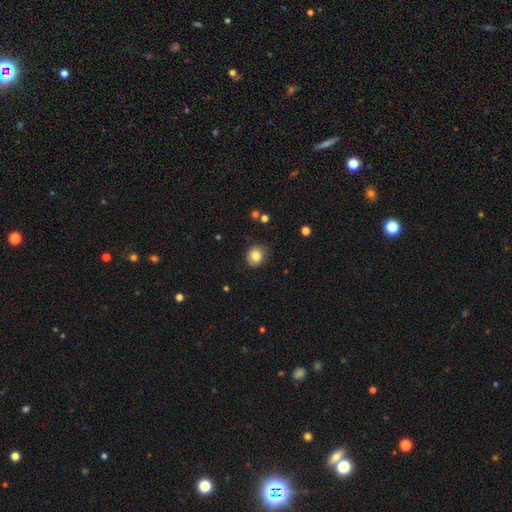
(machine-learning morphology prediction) smooth_or_featured: smooth (p=0.83) [alt: star or artifact p=0.09]
how_rounded: round (p=0.66) [alt: in between p=0.33]
merging: none (p=0.79) [alt: minor disturbance p=0.16]